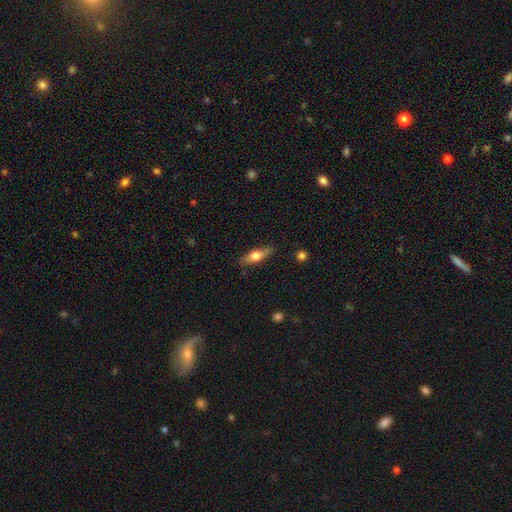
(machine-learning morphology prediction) Smooth or featured? Predicted: smooth (p=0.61). How rounded? Predicted: in between (p=0.53). Merging? Predicted: none (p=0.83).